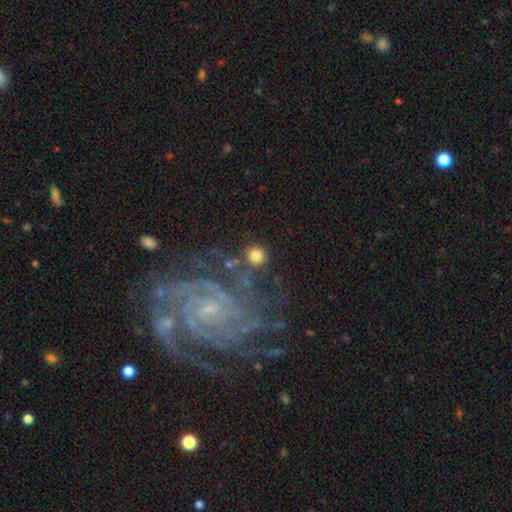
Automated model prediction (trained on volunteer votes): This is likely a smooth galaxy (76%). How rounded: clearly round (93%). Merging: likely none (75%).